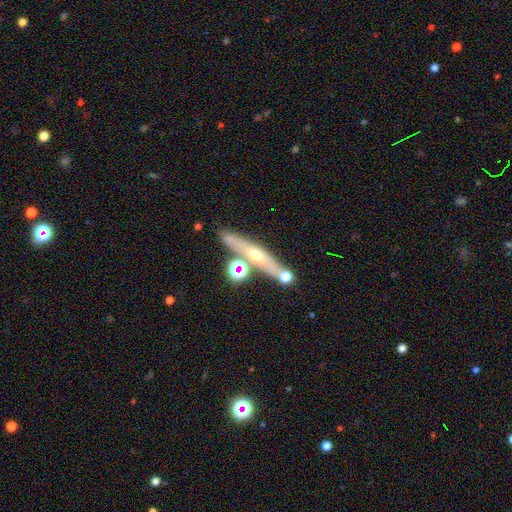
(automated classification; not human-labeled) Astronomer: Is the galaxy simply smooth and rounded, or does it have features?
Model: featured or disk — 58%.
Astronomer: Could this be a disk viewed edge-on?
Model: yes — 78%.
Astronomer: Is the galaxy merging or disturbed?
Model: none — 72%.